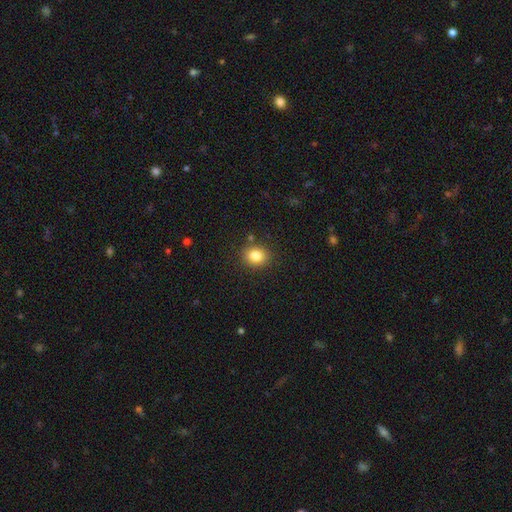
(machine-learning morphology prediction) Smooth or featured? Predicted: smooth (p=0.83). How rounded? Predicted: round (p=0.64). Merging? Predicted: none (p=0.86).